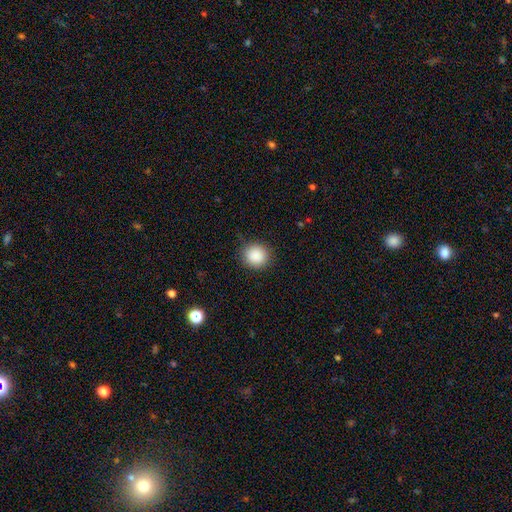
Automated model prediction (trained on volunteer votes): smooth 88%, star or artifact 9%, featured or disk 3%. Down the decision tree: how rounded — round (89%); merging — none (87%).